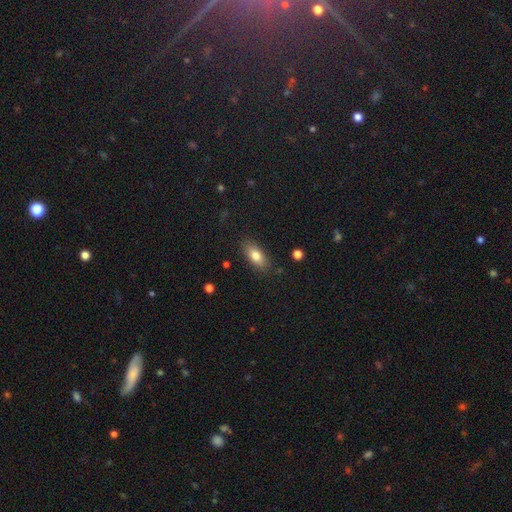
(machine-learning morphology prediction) Q: Smooth or featured?
A: smooth (79%); runner-up: featured or disk (14%)
Q: How rounded?
A: in between (84%); runner-up: cigar-shaped (12%)
Q: Merging?
A: none (85%); runner-up: minor disturbance (11%)